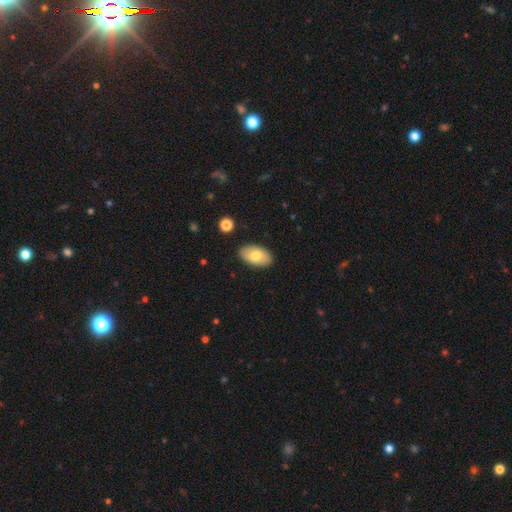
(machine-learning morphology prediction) Smooth or featured: smooth — 76% (featured or disk — 18%)
How rounded: in between — 95% (round — 4%)
Merging: none — 87% (minor disturbance — 9%)